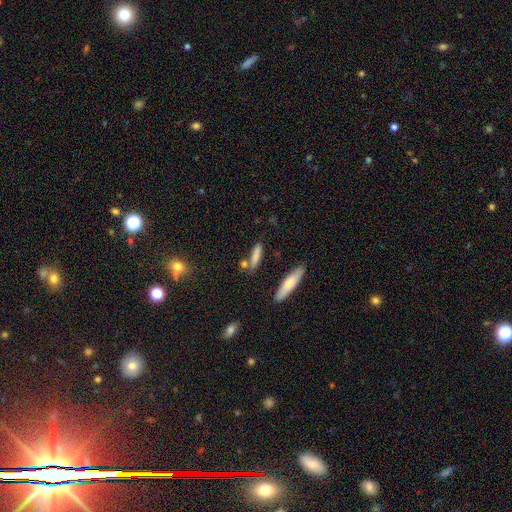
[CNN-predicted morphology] A smooth galaxy with no disk features (77%) that is cigar-shaped (73%). Merging: none (68%).